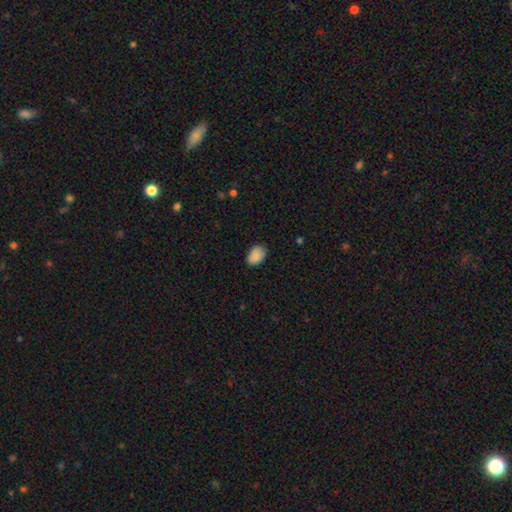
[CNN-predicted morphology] Smooth or featured? Predicted: smooth (p=0.89). How rounded? Predicted: in between (p=0.84). Merging? Predicted: none (p=0.79).